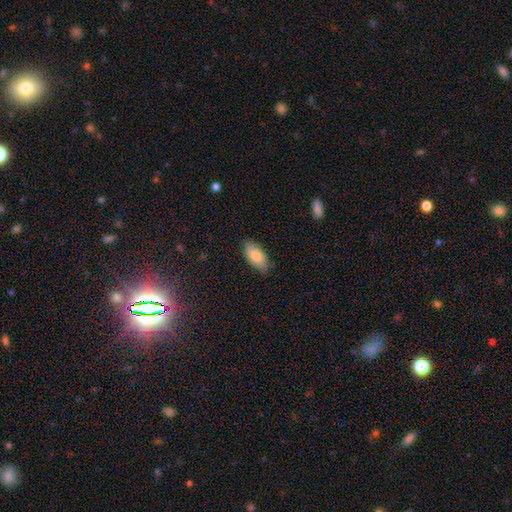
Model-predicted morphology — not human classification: Overall: smooth (83%). How rounded: in between (92%). Merging: none (81%).